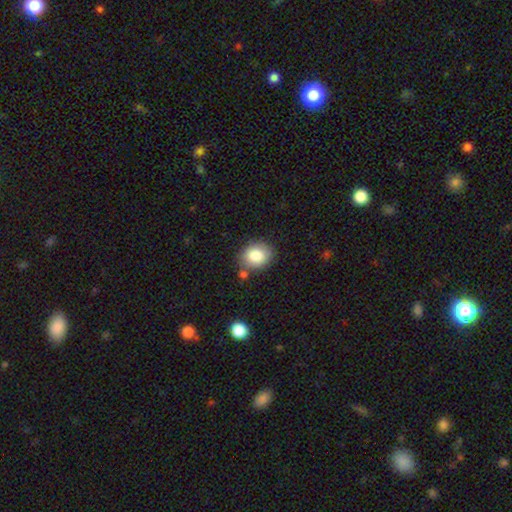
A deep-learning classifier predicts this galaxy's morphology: A smooth galaxy with no disk features (83%) that is round (57%).

Vote fractions:
- Smooth or featured? smooth: 83% / star or artifact: 9% / featured or disk: 8%
- How rounded? round: 57% / in between: 42% / cigar-shaped: 1%
- Merging? none: 75% / minor disturbance: 14% / merger: 7% / major disturbance: 4%